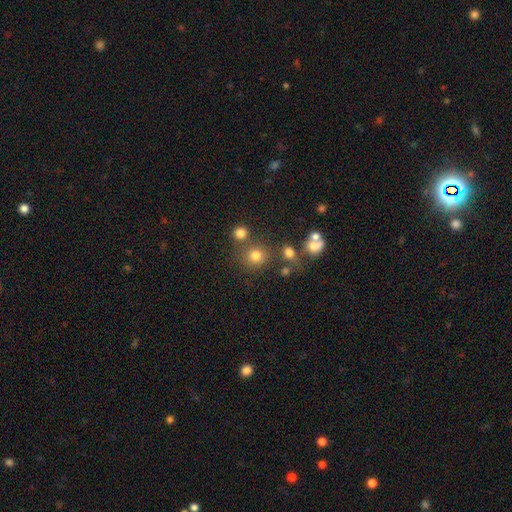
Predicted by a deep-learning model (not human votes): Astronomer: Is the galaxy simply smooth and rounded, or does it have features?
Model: smooth — 76%.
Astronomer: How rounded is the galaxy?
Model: round — 88%.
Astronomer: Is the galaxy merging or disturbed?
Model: none — 72%.